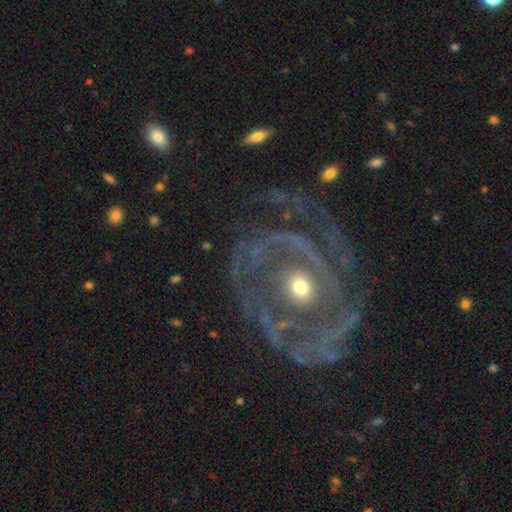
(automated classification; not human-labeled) featured or disk 88%, star or artifact 6%, smooth 6%. Down the decision tree: edge-on disk — no (97%); bar — no (74%); spiral arms — yes (92%); spiral arm count — 2 (30%); spiral winding — tight (63%); bulge size — moderate (50%); merging — none (65%).